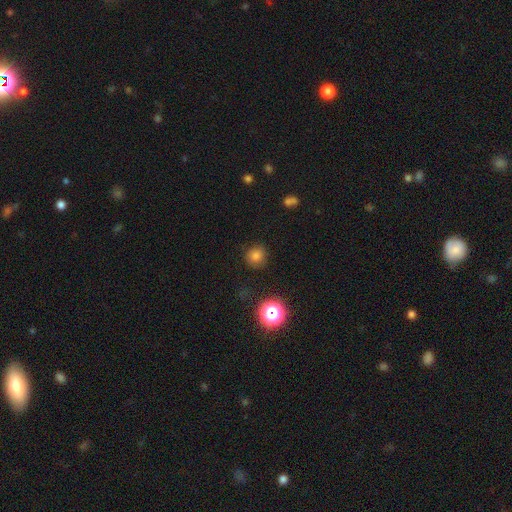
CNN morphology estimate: Smooth or featured: smooth — 77% (star or artifact — 17%)
How rounded: round — 89% (in between — 10%)
Merging: none — 86% (minor disturbance — 9%)